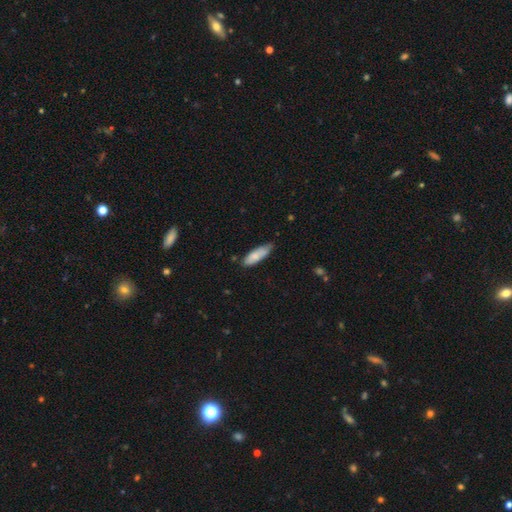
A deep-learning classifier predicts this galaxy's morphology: A smooth galaxy with no disk features (81%) that is in between round and cigar-shaped (55%).

Vote fractions:
- Smooth or featured? smooth: 81% / featured or disk: 14% / star or artifact: 6%
- How rounded? in between: 55% / cigar-shaped: 43% / round: 2%
- Merging? none: 64% / minor disturbance: 30% / major disturbance: 4% / merger: 2%